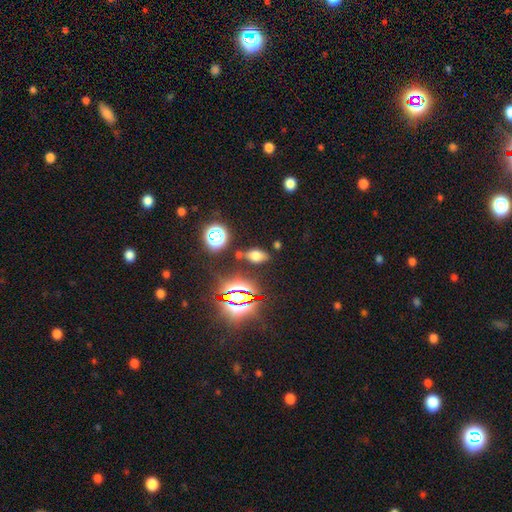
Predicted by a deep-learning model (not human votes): This appears to be a smooth galaxy with no disk features (58%) that is in between round and cigar-shaped (84%). Merging: none (80%).